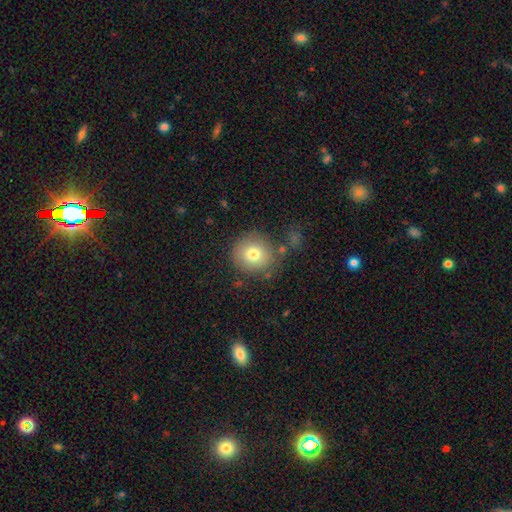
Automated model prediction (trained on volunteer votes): A smooth galaxy with no disk features (76%) that is round (90%). Merging: none (82%).